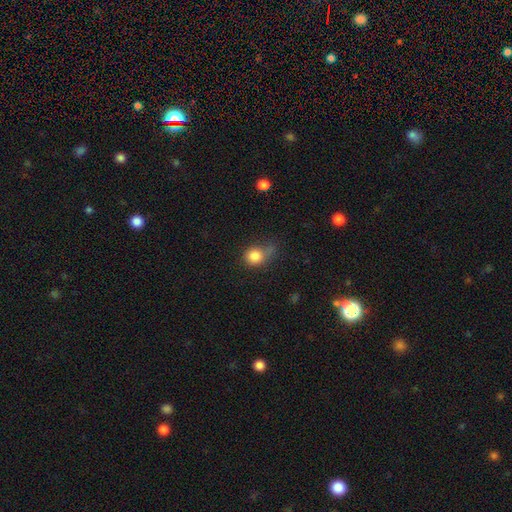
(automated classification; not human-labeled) Q: Smooth or featured?
A: smooth (82%); runner-up: star or artifact (10%)
Q: How rounded?
A: round (77%); runner-up: in between (21%)
Q: Merging?
A: none (43%); runner-up: minor disturbance (29%)